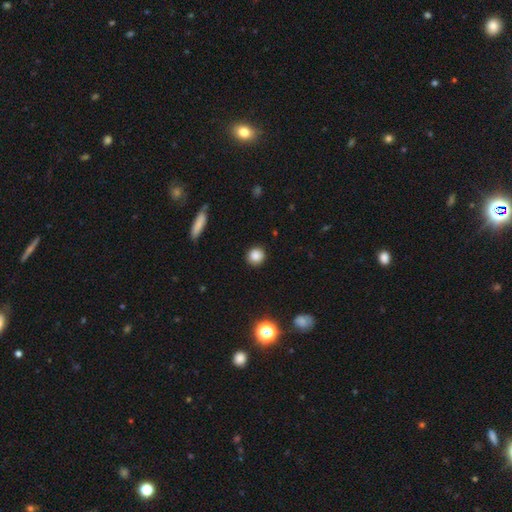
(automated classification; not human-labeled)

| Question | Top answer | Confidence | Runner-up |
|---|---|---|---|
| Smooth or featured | smooth | 86% | star or artifact (10%) |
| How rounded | round | 91% | in between (8%) |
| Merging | none | 90% | minor disturbance (7%) |